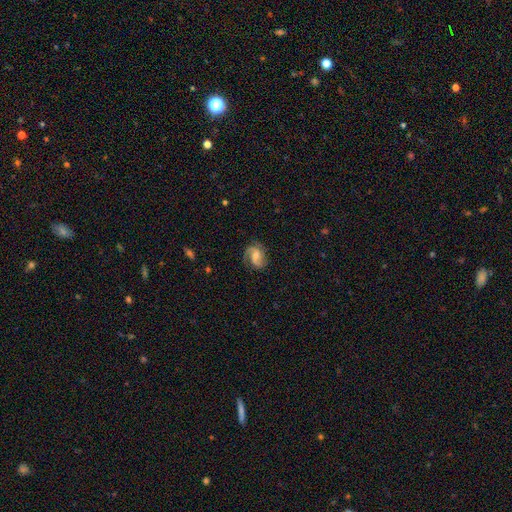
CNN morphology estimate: This is likely a featured or disk galaxy (72%). It is clearly not viewed edge-on (97%). Bar: possibly weak (47%). Spiral arm pattern: clearly yes (94%). Spiral arm count: likely 2 (68%). Spiral winding: possibly medium (46%). Central bulge: possibly moderate (50%). Merging: likely none (67%).